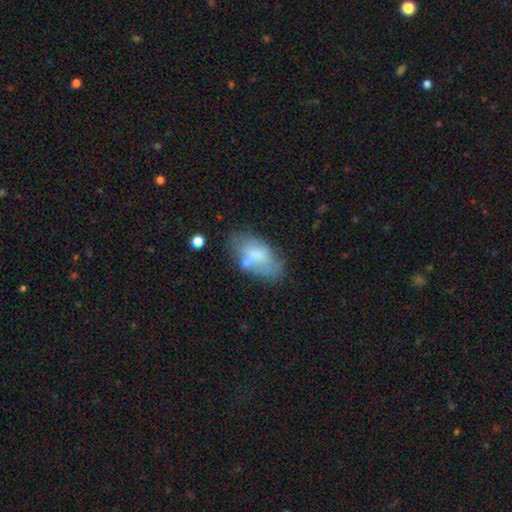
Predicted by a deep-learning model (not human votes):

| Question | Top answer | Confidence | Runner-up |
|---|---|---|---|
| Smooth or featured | smooth | 62% | featured or disk (30%) |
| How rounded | in between | 93% | round (4%) |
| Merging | none | 50% | minor disturbance (25%) |